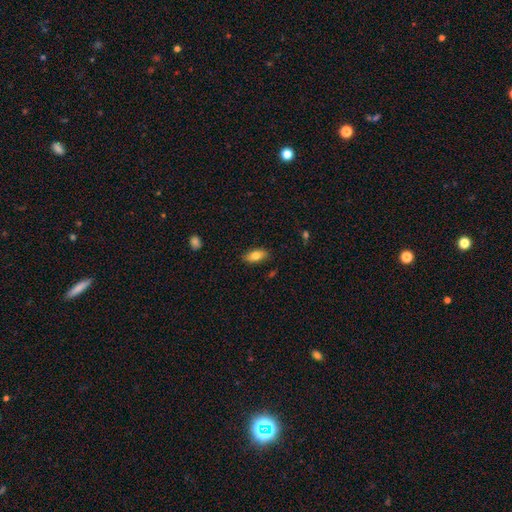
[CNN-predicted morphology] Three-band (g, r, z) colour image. It shows a smooth galaxy with no disk features (80%) that is in between round and cigar-shaped (88%). Merging: none (85%).